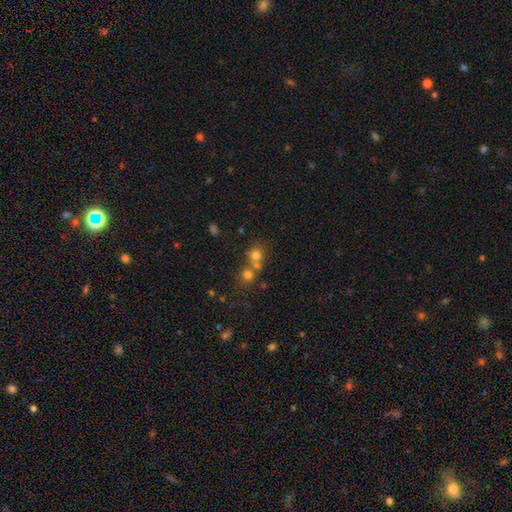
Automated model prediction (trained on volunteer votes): Smooth or featured?
  - smooth: 68% *
  - star or artifact: 20%
  - featured or disk: 12%
How rounded?
  - round: 84% *
  - in between: 15%
  - cigar-shaped: 1%
Merging?
  - none: 47% *
  - merger: 43%
  - minor disturbance: 7%
  - major disturbance: 4%